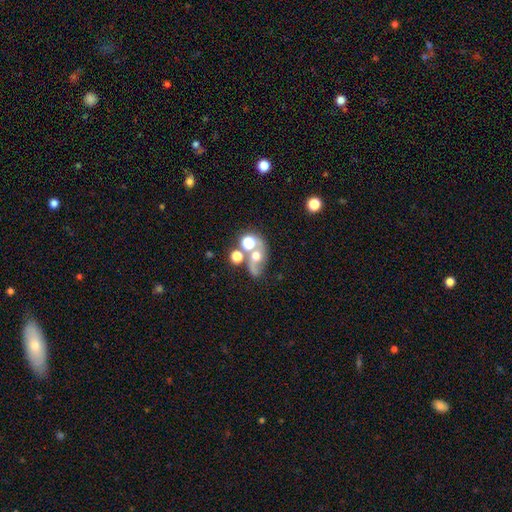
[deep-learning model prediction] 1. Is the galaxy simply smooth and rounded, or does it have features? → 44% featured or disk, 38% smooth, 18% star or artifact.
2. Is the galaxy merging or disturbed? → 39% none, 37% merger, 13% minor disturbance, 11% major disturbance.